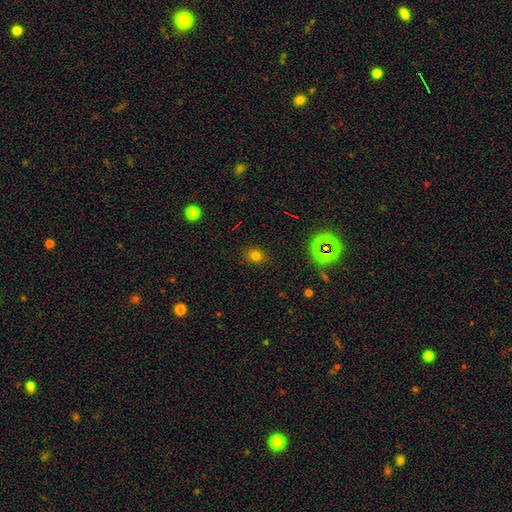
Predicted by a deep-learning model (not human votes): smooth 72%, star or artifact 22%, featured or disk 6%. Down the decision tree: how rounded — round (66%); merging — none (86%).